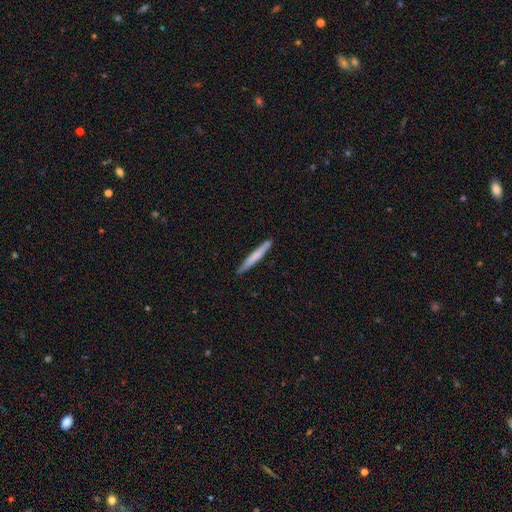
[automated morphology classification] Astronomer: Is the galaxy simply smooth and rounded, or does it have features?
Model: smooth — 67%.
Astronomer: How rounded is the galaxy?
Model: cigar-shaped — 97%.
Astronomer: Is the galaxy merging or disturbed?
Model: none — 89%.